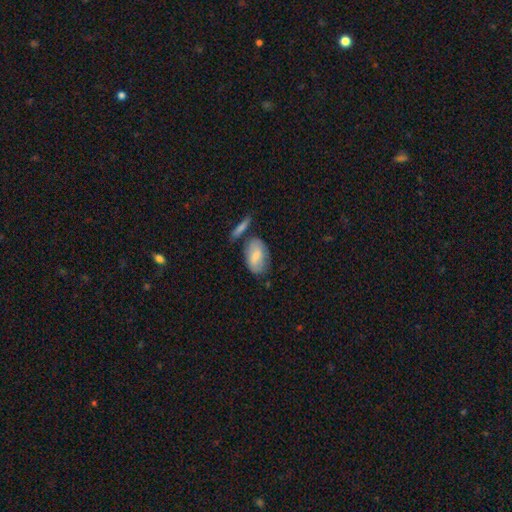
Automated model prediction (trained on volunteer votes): Smooth or featured? smooth (73%)
How rounded? in between (90%)
Merging? none (57%)